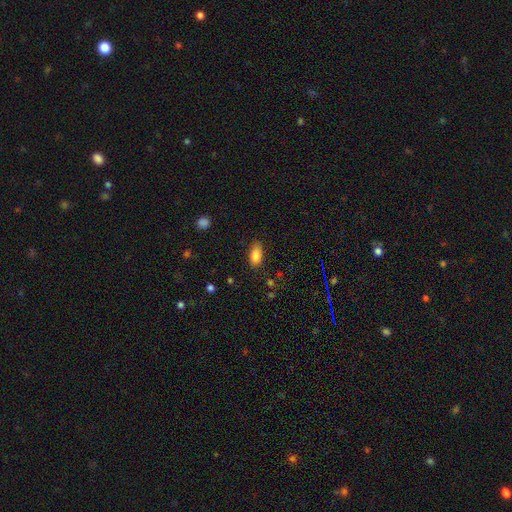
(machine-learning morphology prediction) A smooth galaxy with no disk features (85%) that is in between round and cigar-shaped (89%). Merging: none (80%).